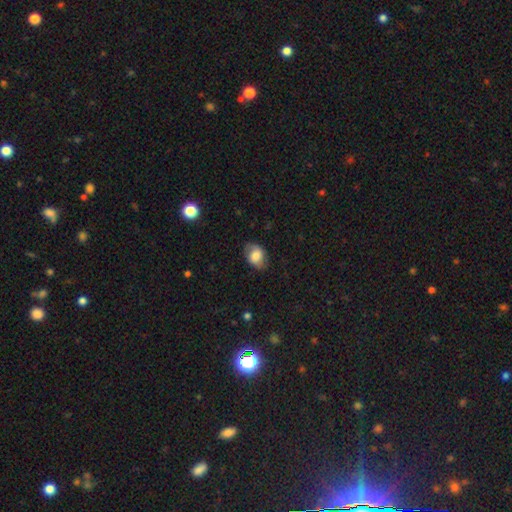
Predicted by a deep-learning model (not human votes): Q: Smooth or featured?
A: smooth (73%); runner-up: featured or disk (19%)
Q: How rounded?
A: in between (75%); runner-up: round (24%)
Q: Merging?
A: none (73%); runner-up: minor disturbance (20%)